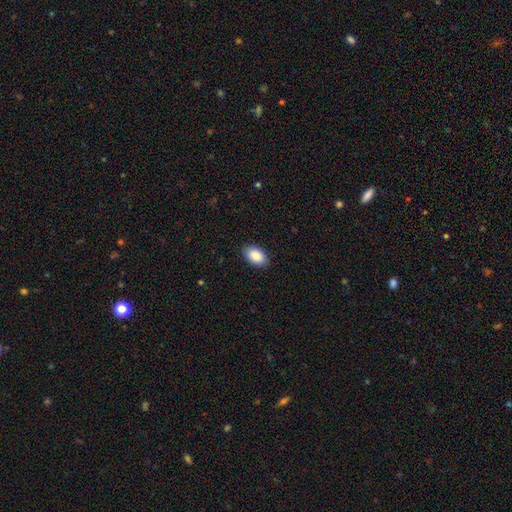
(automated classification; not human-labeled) Q: Smooth or featured?
A: smooth (89%); runner-up: star or artifact (7%)
Q: How rounded?
A: in between (94%); runner-up: round (5%)
Q: Merging?
A: none (89%); runner-up: minor disturbance (8%)